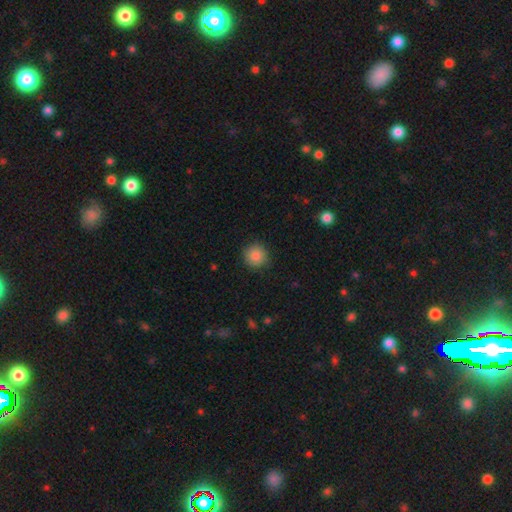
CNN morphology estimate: type=smooth (87%); roundness=round (94%); merging=none (89%).